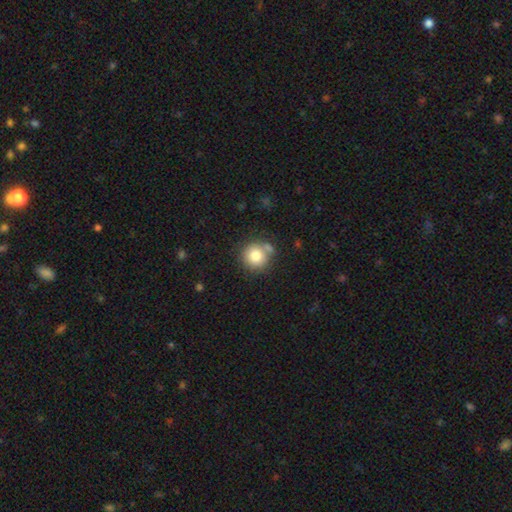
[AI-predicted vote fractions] Smooth or featured? smooth (81%)
How rounded? round (92%)
Merging? none (69%)